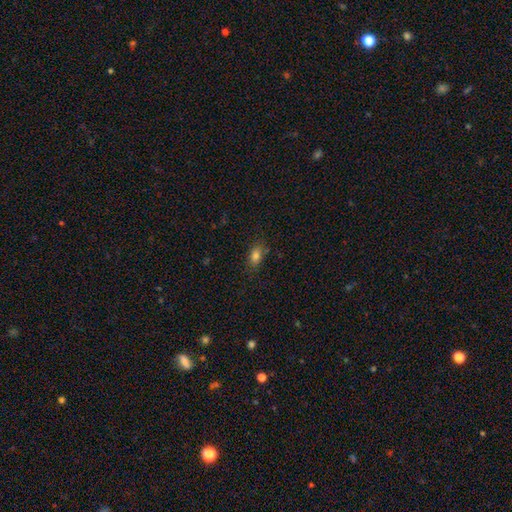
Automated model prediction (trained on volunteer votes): This is clearly a smooth galaxy (80%). How rounded: clearly in between (83%). Merging: likely none (78%).